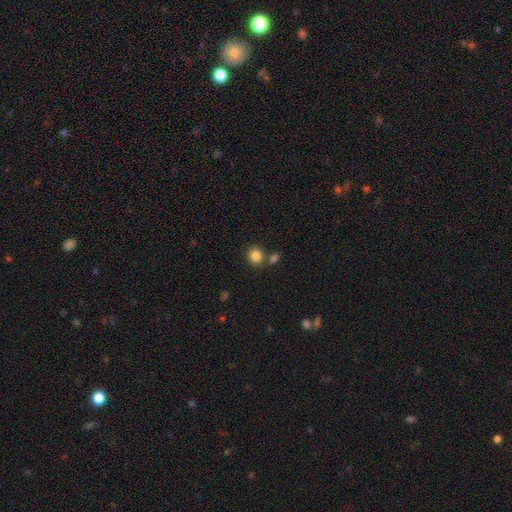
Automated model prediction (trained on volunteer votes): smooth_or_featured: smooth (p=0.85) [alt: star or artifact p=0.10]
how_rounded: round (p=0.79) [alt: in between p=0.20]
merging: none (p=0.72) [alt: merger p=0.16]